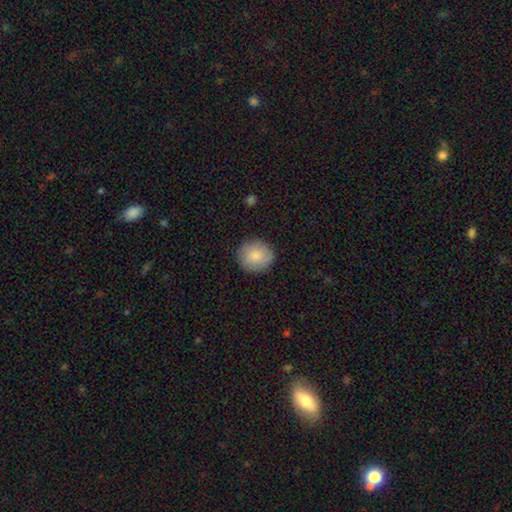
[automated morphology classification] Q: Smooth or featured?
A: smooth (84%); runner-up: featured or disk (9%)
Q: How rounded?
A: round (91%); runner-up: in between (8%)
Q: Merging?
A: none (87%); runner-up: minor disturbance (9%)